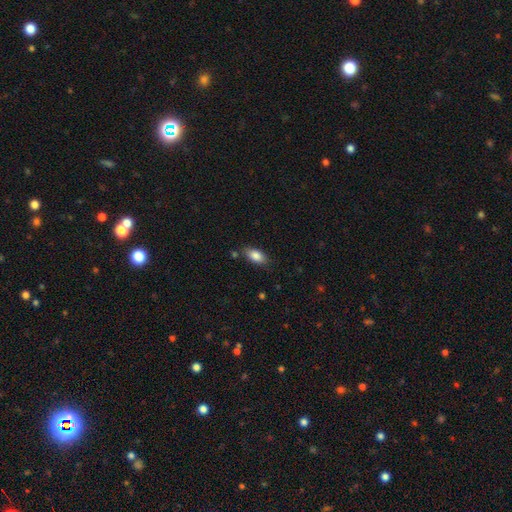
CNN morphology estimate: Smooth or featured? smooth (85%)
How rounded? in between (90%)
Merging? none (81%)